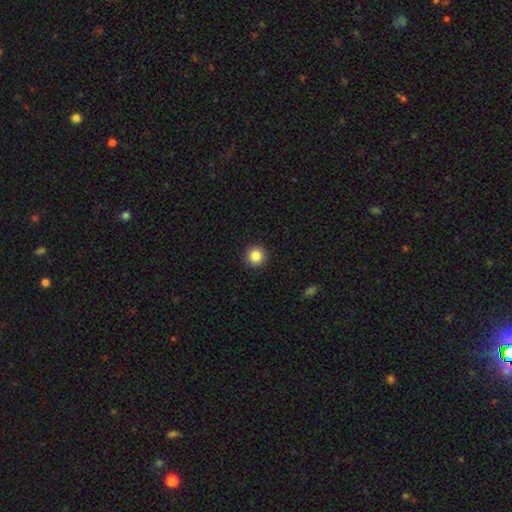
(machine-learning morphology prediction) smooth 85%, star or artifact 10%, featured or disk 5%. Down the decision tree: how rounded — round (95%); merging — none (93%).